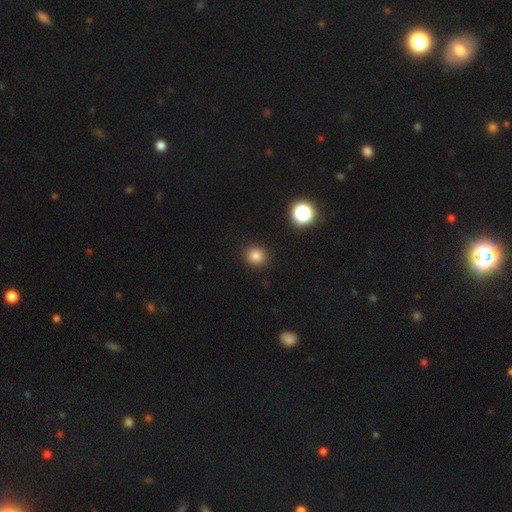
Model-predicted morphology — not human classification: Smooth or featured? Predicted: smooth (p=0.82). How rounded? Predicted: round (p=0.86). Merging? Predicted: none (p=0.91).